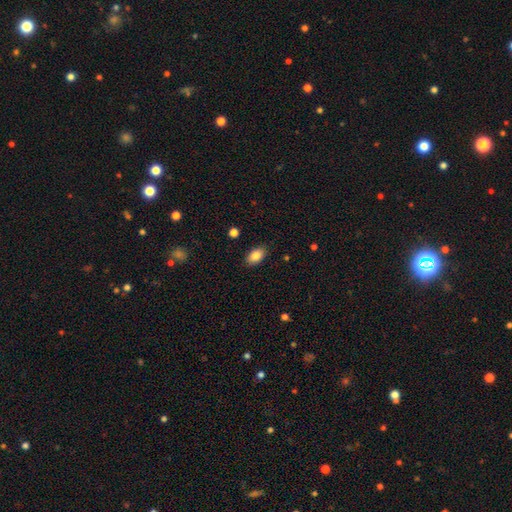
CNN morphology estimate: A smooth galaxy with no disk features (85%) that is in between round and cigar-shaped (91%). Merging: none (87%).